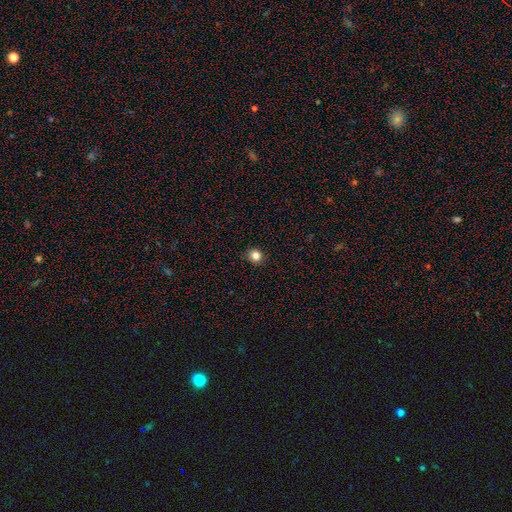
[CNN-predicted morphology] smooth_or_featured: smooth (p=0.83) [alt: star or artifact p=0.13]
how_rounded: round (p=0.88) [alt: in between p=0.11]
merging: none (p=0.91) [alt: minor disturbance p=0.06]